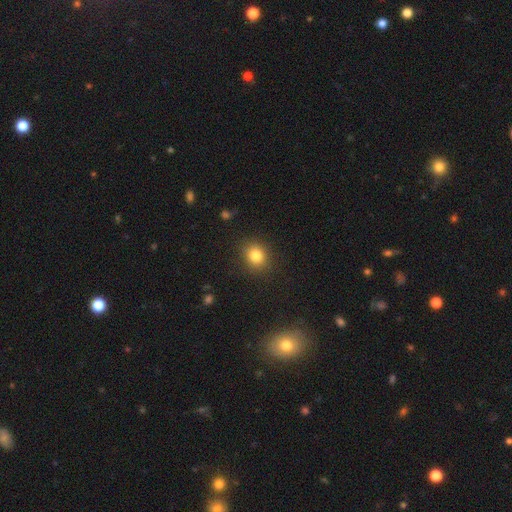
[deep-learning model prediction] smooth-or-featured: smooth: 82% | star or artifact: 12% | featured or disk: 6%
  how-rounded: round: 74% | in between: 25% | cigar-shaped: 1%
  merging: none: 87% | minor disturbance: 9% | major disturbance: 3% | merger: 1%